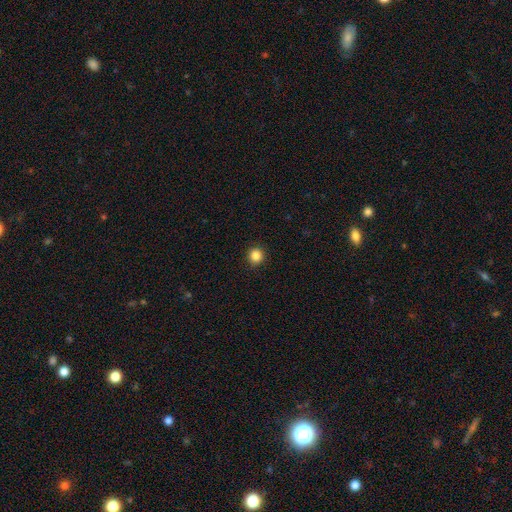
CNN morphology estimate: Smooth or featured?
  - smooth: 85% *
  - star or artifact: 11%
  - featured or disk: 3%
How rounded?
  - round: 93% *
  - in between: 6%
  - cigar-shaped: 1%
Merging?
  - none: 93% *
  - minor disturbance: 5%
  - major disturbance: 2%
  - merger: 1%